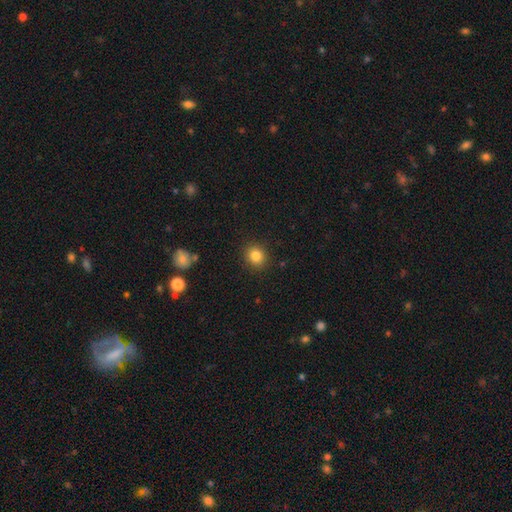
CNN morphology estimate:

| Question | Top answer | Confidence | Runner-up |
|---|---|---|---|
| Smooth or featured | smooth | 83% | star or artifact (11%) |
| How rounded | round | 81% | in between (18%) |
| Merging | none | 90% | minor disturbance (7%) |